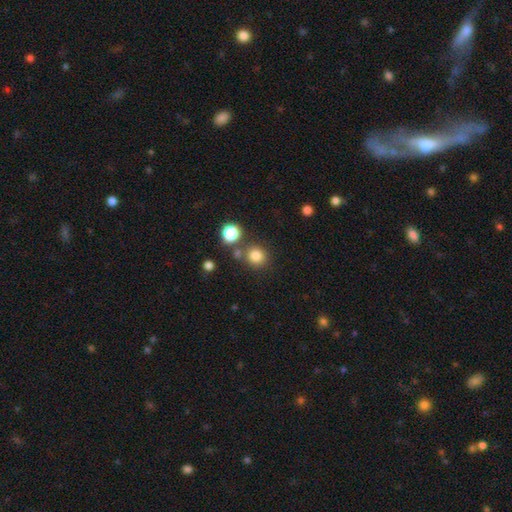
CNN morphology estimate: smooth-or-featured: smooth: 80% | star or artifact: 14% | featured or disk: 6%
  how-rounded: round: 90% | in between: 9% | cigar-shaped: 1%
  merging: none: 76% | merger: 12% | minor disturbance: 8% | major disturbance: 3%